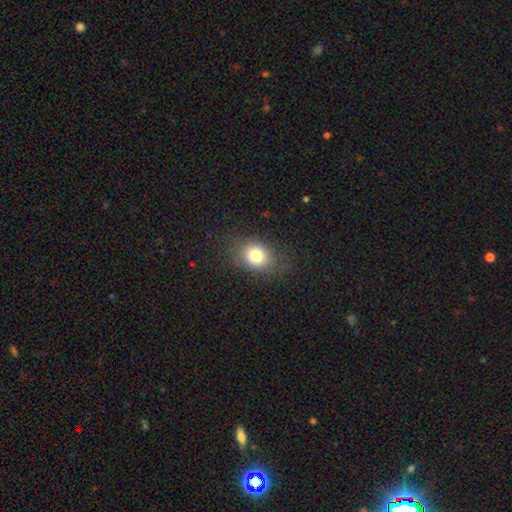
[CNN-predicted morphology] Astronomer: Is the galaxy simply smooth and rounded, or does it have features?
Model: smooth — 79%.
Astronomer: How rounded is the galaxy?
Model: round — 52% (runner-up: in between, 47%).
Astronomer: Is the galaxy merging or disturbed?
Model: none — 79%.